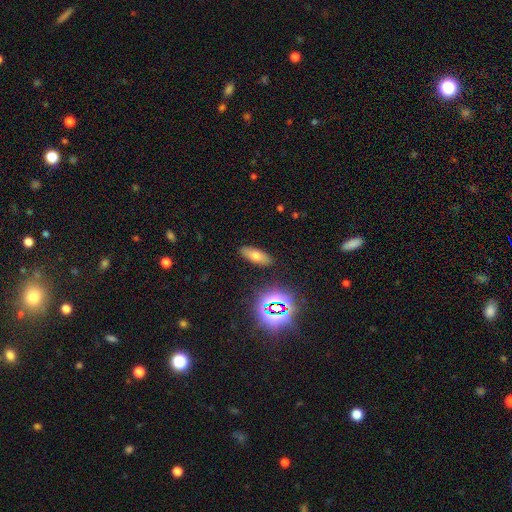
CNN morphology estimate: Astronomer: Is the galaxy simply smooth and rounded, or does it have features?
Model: smooth — 60%.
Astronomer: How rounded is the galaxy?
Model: in between — 69%.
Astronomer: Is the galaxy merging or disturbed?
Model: none — 89%.